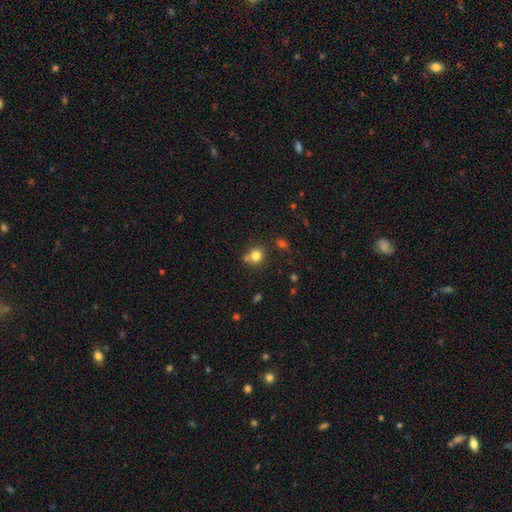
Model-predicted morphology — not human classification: Smooth or featured: smooth — 78% (star or artifact — 13%)
How rounded: round — 75% (in between — 24%)
Merging: none — 58% (merger — 20%)